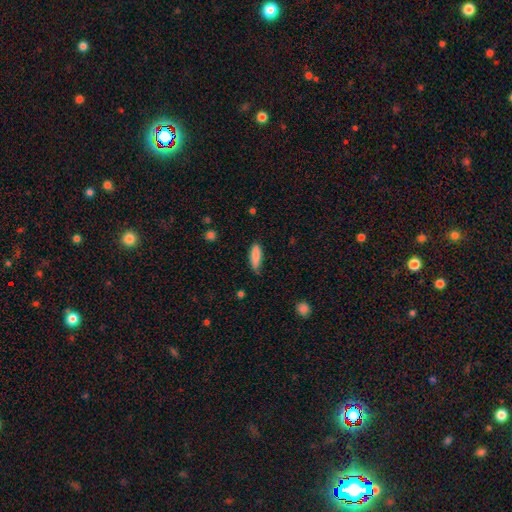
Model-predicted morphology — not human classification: The model was most divided on "how rounded": in between: 53%, cigar-shaped: 46%, round: 2%. More confident: smooth or featured — smooth (87%); merging — none (77%).